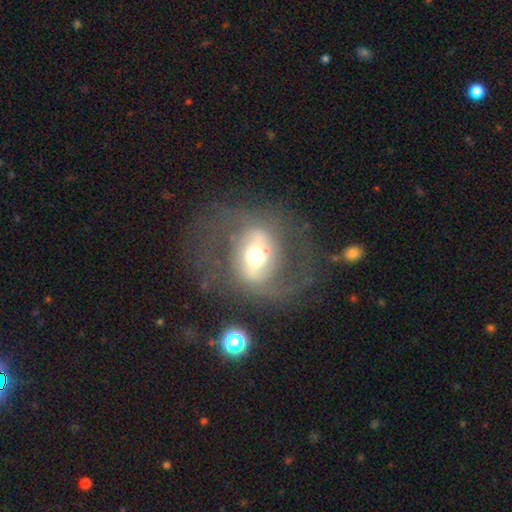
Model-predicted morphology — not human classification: A featured or disk galaxy (70%) with a strong bar (50%), spiral arms (57%) and a moderate central bulge (62%). Merging: none (65%).